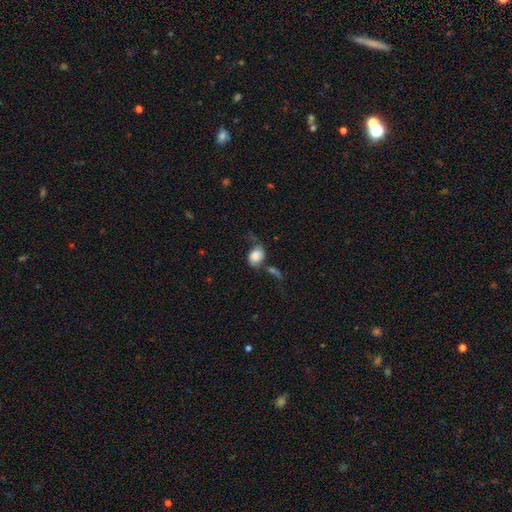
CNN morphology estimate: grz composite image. It shows a smooth galaxy with no disk features (72%) that is in between round and cigar-shaped (61%). Merging: none (36%).